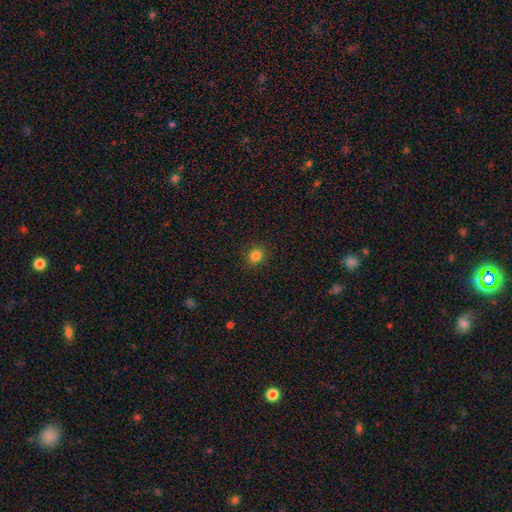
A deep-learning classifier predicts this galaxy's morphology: Smooth or featured: smooth — 84% (star or artifact — 12%)
How rounded: round — 80% (in between — 19%)
Merging: none — 91% (minor disturbance — 6%)